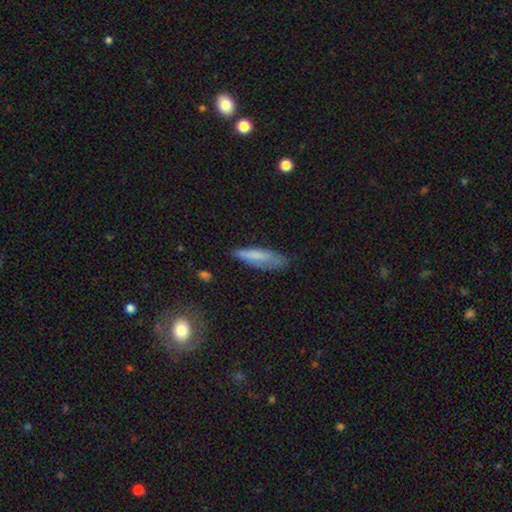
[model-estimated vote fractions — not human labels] A smooth galaxy with no disk features (72%) that is cigar-shaped (74%).

Vote fractions:
- Smooth or featured? smooth: 72% / featured or disk: 20% / star or artifact: 7%
- How rounded? cigar-shaped: 74% / in between: 25% / round: 2%
- Merging? none: 60% / minor disturbance: 28% / major disturbance: 10% / merger: 2%